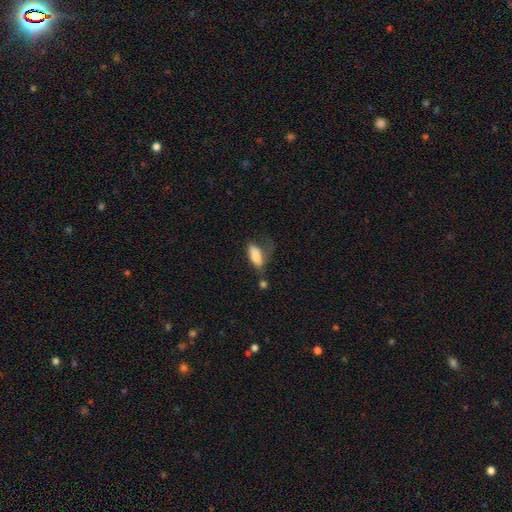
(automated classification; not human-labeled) Q: Smooth or featured?
A: smooth (80%); runner-up: featured or disk (12%)
Q: How rounded?
A: in between (81%); runner-up: cigar-shaped (16%)
Q: Merging?
A: none (34%); runner-up: minor disturbance (31%)